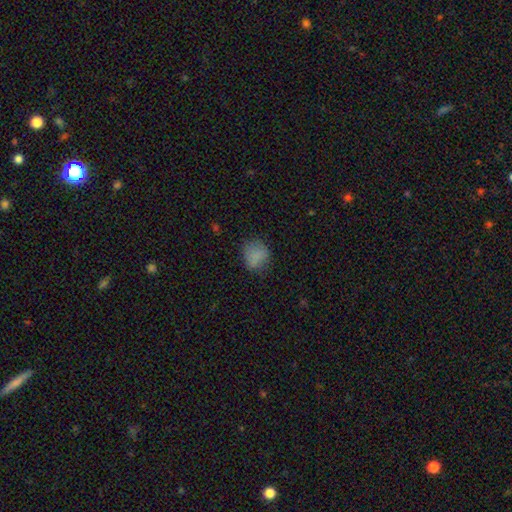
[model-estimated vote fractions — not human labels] Smooth or featured: smooth — 81% (star or artifact — 11%)
How rounded: round — 74% (in between — 25%)
Merging: none — 71% (minor disturbance — 20%)